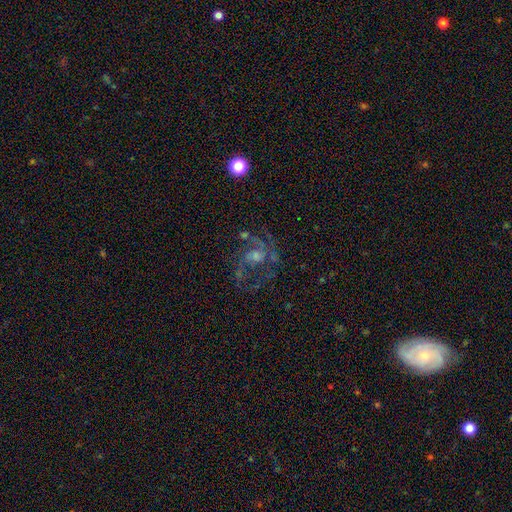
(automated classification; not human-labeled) smooth-or-featured: featured or disk: 75% | star or artifact: 15% | smooth: 10%
  disk-edge-on: no: 98% | yes: 2%
    bar: no: 58% | weak: 35% | strong: 8%
    has-spiral-arms: yes: 88% | no: 12%
      spiral-winding: medium: 53% | loose: 25% | tight: 23%
      spiral-arm-count: 2: 39% | 3: 21% | can't tell: 21% | 4: 8% | 1: 6% | more than 4: 5%
    bulge-size: small: 42% | moderate: 41% | none: 11% | large: 5% | dominant: 1%
  merging: none: 58% | major disturbance: 21% | minor disturbance: 16% | merger: 4%